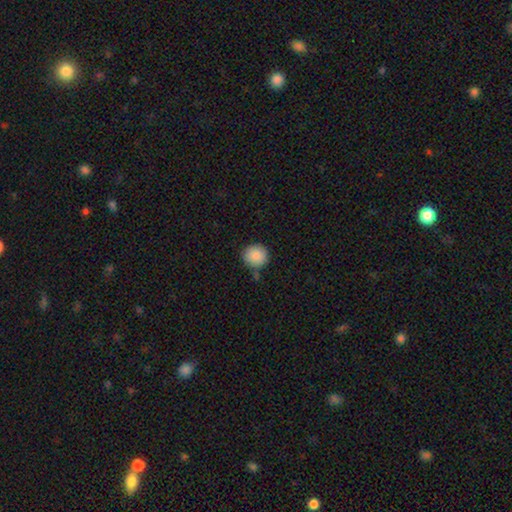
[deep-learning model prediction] Smooth or featured? Predicted: smooth (p=0.88). How rounded? Predicted: round (p=0.90). Merging? Predicted: none (p=0.79).